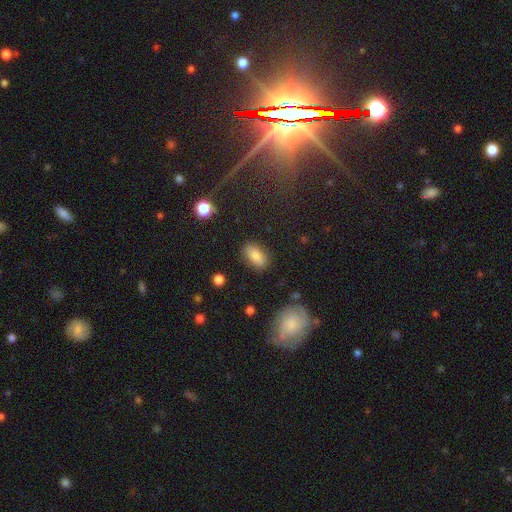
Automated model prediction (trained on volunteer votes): Smooth or featured? Predicted: smooth (p=0.80). How rounded? Predicted: in between (p=0.90). Merging? Predicted: none (p=0.84).